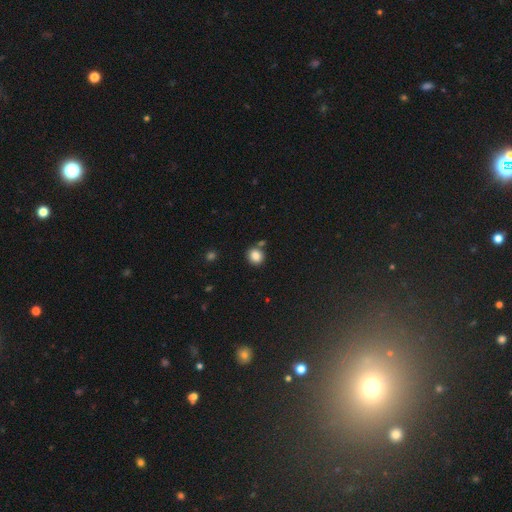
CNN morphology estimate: type=smooth (85%); roundness=round (81%); merging=none (76%).